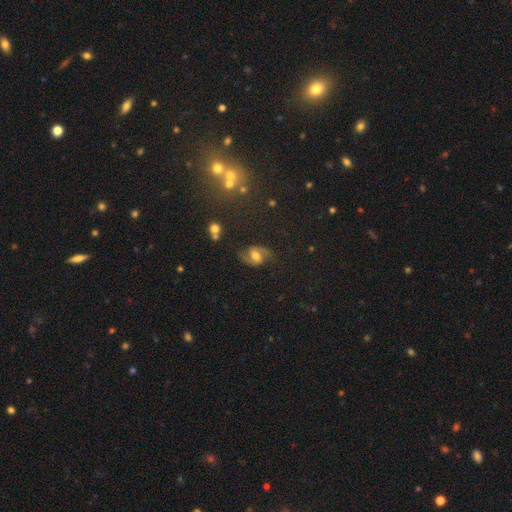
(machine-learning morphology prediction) A featured or disk galaxy (71%) with a weak bar (47%), 2 (93%) medium (45%) spiral arms (92%) and a moderate central bulge (65%). Merging: none (76%).